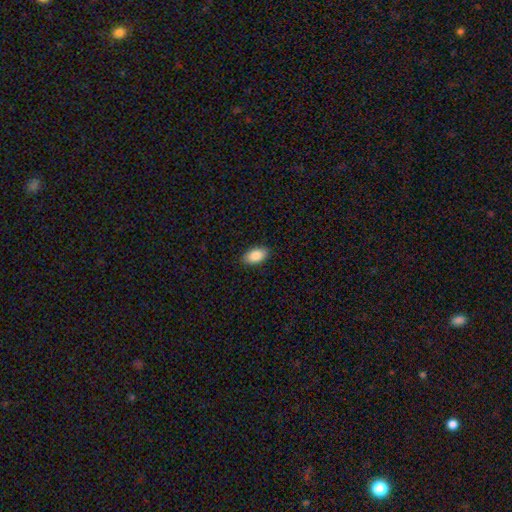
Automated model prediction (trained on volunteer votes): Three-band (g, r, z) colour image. It shows a smooth galaxy with no disk features (86%) that is in between round and cigar-shaped (94%). Merging: none (89%).